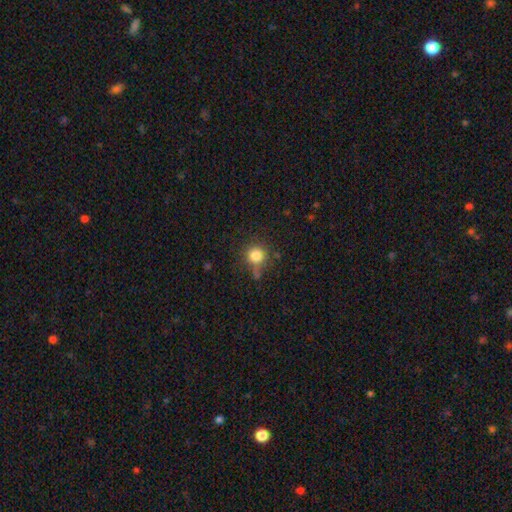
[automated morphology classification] Overall: smooth (82%). How rounded: round (92%). Merging: none (71%).